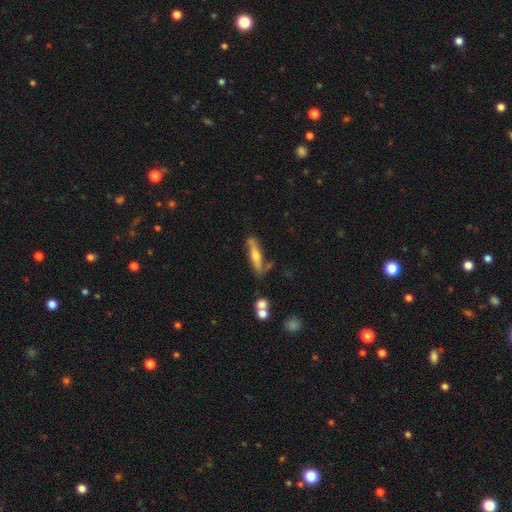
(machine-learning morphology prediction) Overall: featured or disk (61%; smooth 32%). Edge-on disk: yes (80%). Merging: none (68%).